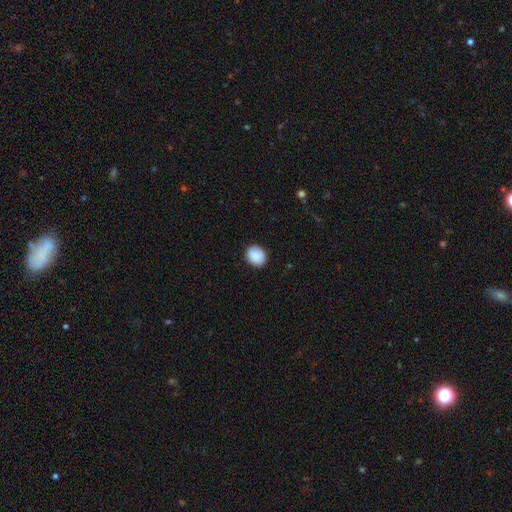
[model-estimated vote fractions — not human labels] smooth-or-featured: smooth: 90% | star or artifact: 7% | featured or disk: 3%
  how-rounded: round: 64% | in between: 35% | cigar-shaped: 1%
  merging: none: 88% | minor disturbance: 9% | major disturbance: 2% | merger: 1%